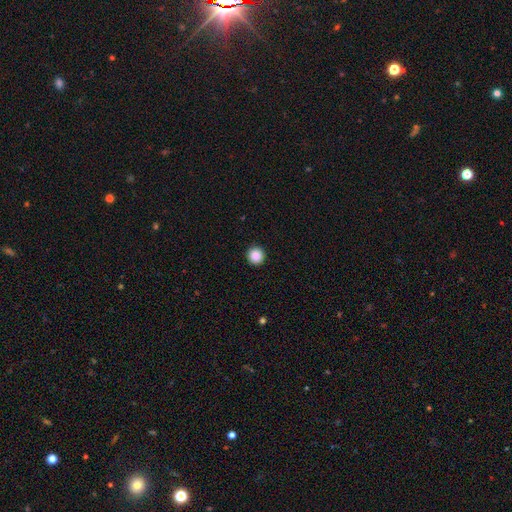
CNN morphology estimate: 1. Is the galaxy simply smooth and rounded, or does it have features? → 88% smooth, 9% star or artifact, 3% featured or disk.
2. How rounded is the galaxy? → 96% round, 3% in between, 1% cigar-shaped.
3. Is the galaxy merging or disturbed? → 94% none, 4% minor disturbance, 1% major disturbance, 1% merger.